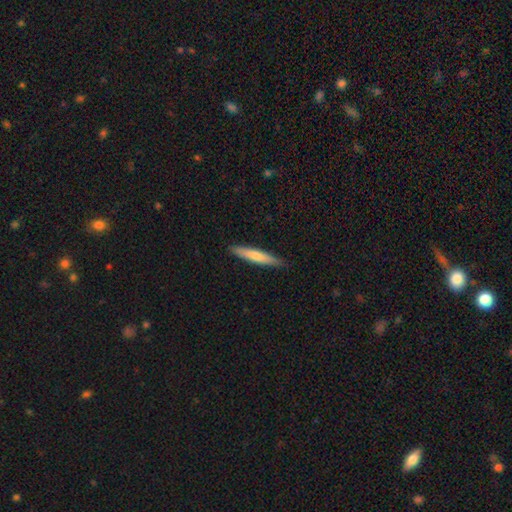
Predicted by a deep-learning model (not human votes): Morphology: type=smooth (69%); roundness=cigar-shaped (92%); merging=none (88%).